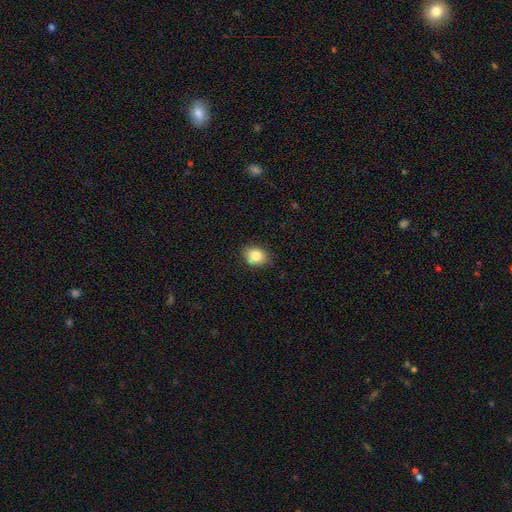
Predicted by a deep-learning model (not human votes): Q: Smooth or featured?
A: smooth (83%); runner-up: star or artifact (9%)
Q: How rounded?
A: in between (55%); runner-up: round (44%)
Q: Merging?
A: none (80%); runner-up: minor disturbance (16%)